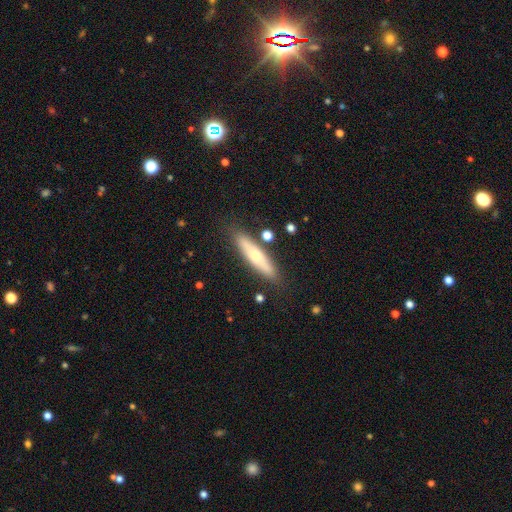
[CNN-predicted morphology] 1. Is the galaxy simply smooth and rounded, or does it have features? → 55% smooth, 39% featured or disk, 6% star or artifact.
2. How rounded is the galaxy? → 82% cigar-shaped, 16% in between, 2% round.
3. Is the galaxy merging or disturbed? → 83% none, 11% minor disturbance, 4% merger, 2% major disturbance.